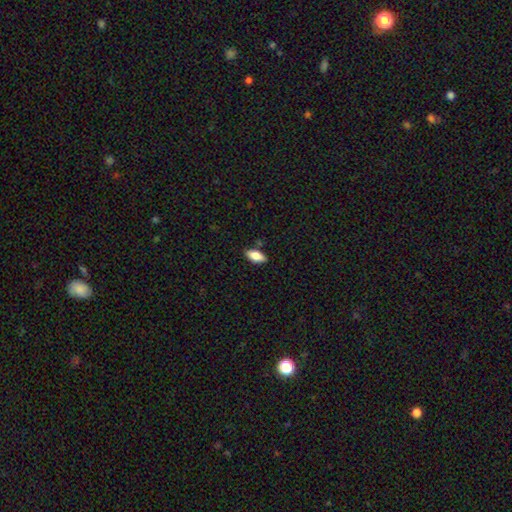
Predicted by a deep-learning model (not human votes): smooth 78%, featured or disk 15%, star or artifact 7%. Down the decision tree: how rounded — in between (88%); merging — none (83%).